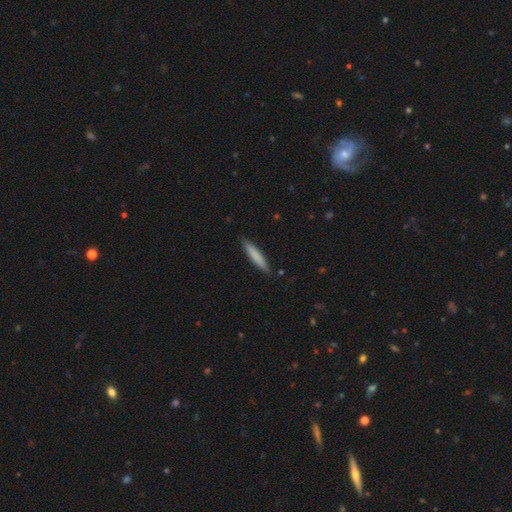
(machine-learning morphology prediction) Smooth or featured?
  - smooth: 78% *
  - featured or disk: 17%
  - star or artifact: 5%
How rounded?
  - cigar-shaped: 91% *
  - in between: 8%
  - round: 1%
Merging?
  - none: 89% *
  - minor disturbance: 8%
  - major disturbance: 2%
  - merger: 1%